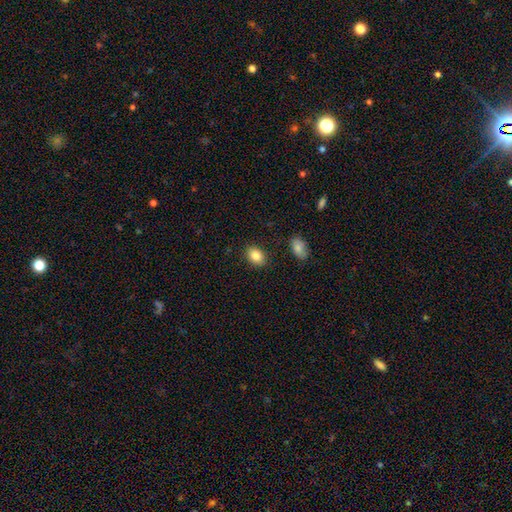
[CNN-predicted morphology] Smooth or featured?
  - smooth: 86% *
  - star or artifact: 8%
  - featured or disk: 6%
How rounded?
  - in between: 74% *
  - round: 25%
  - cigar-shaped: 1%
Merging?
  - none: 85% *
  - minor disturbance: 10%
  - merger: 3%
  - major disturbance: 3%